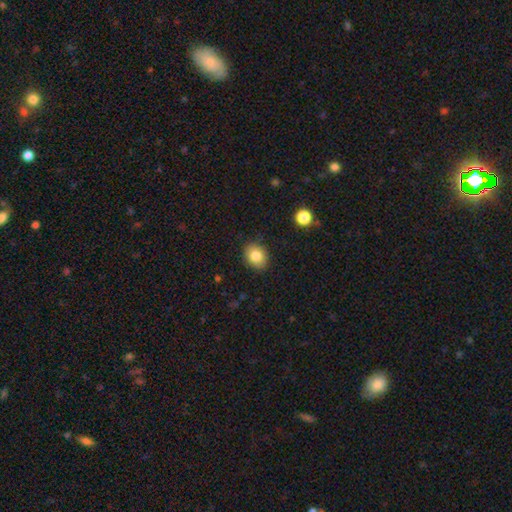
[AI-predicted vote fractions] smooth-or-featured: smooth: 82% | star or artifact: 10% | featured or disk: 8%
  how-rounded: round: 52% | in between: 48% | cigar-shaped: 1%
  merging: none: 87% | minor disturbance: 10% | major disturbance: 2% | merger: 1%